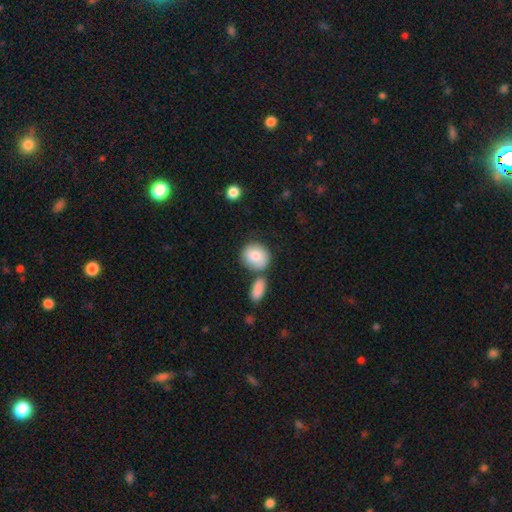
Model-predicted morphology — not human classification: type=smooth (79%); roundness=round (79%); merging=none (57%).